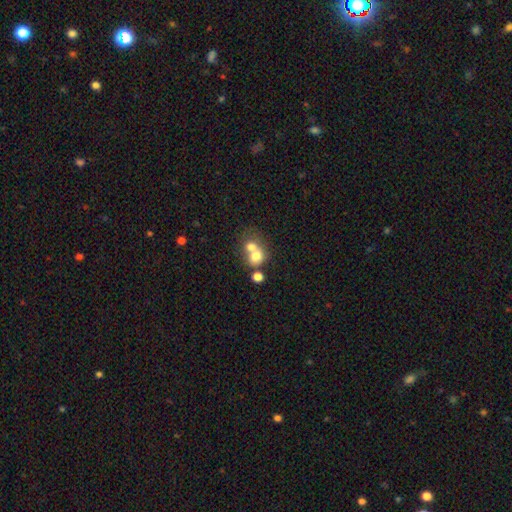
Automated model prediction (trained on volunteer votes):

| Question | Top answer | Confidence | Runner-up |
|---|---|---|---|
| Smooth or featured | smooth | 69% | featured or disk (20%) |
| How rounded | round | 65% | in between (34%) |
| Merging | merger | 65% | none (25%) |